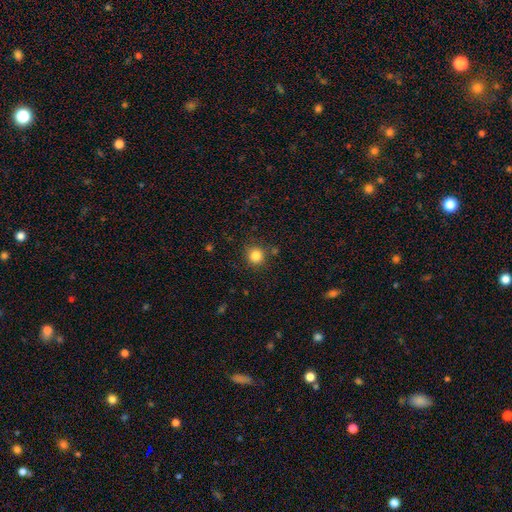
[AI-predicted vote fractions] A smooth galaxy with no disk features (84%) that is round (91%).

Vote fractions:
- Smooth or featured? smooth: 84% / star or artifact: 12% / featured or disk: 5%
- How rounded? round: 91% / in between: 8% / cigar-shaped: 1%
- Merging? none: 84% / minor disturbance: 10% / merger: 4% / major disturbance: 3%